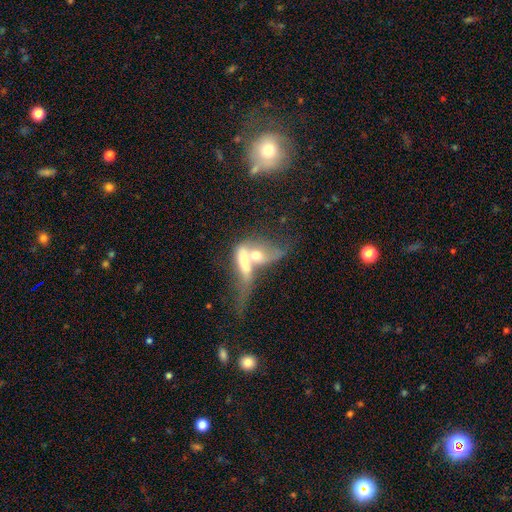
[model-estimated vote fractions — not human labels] Overall: featured or disk (47%; smooth 44%). Merging: merger (78%).